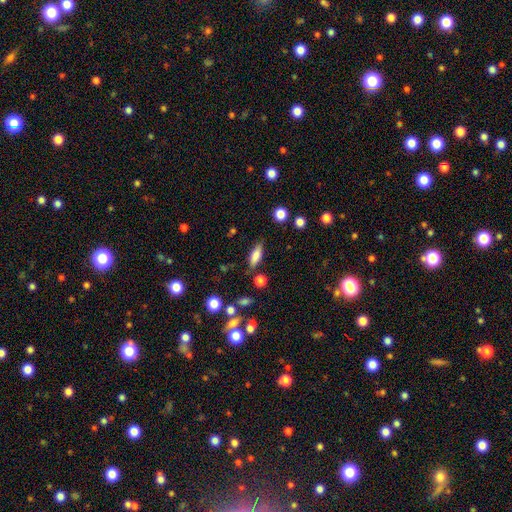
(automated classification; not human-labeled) Morphology: type=smooth (74%); roundness=in between (64%); merging=none (79%).